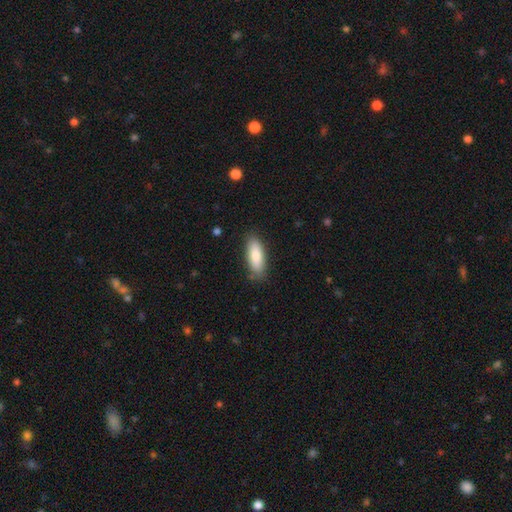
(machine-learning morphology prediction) Smooth or featured? smooth (83%)
How rounded? in between (73%)
Merging? none (83%)